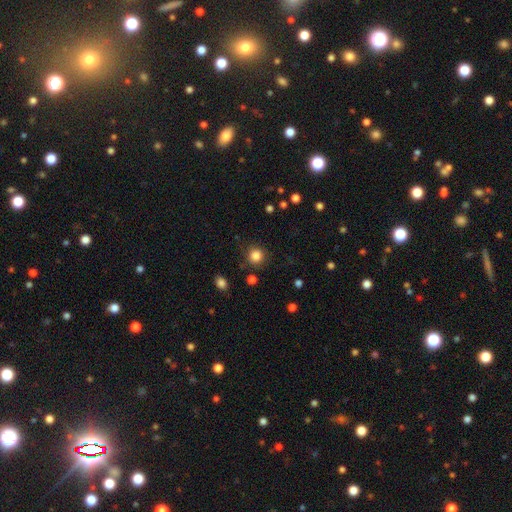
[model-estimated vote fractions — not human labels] A smooth galaxy with no disk features (83%) that is round (92%). Merging: none (84%).